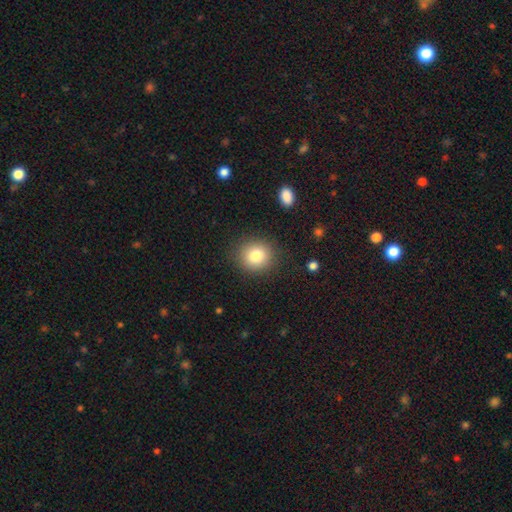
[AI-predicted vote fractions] smooth_or_featured: smooth (p=0.81) [alt: star or artifact p=0.11]
how_rounded: round (p=0.84) [alt: in between p=0.15]
merging: none (p=0.88) [alt: minor disturbance p=0.08]